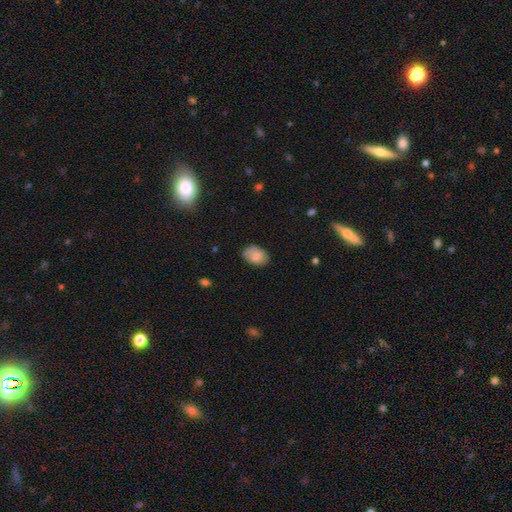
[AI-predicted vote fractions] This is likely a smooth galaxy (77%). How rounded: clearly in between (81%). Merging: likely none (64%).